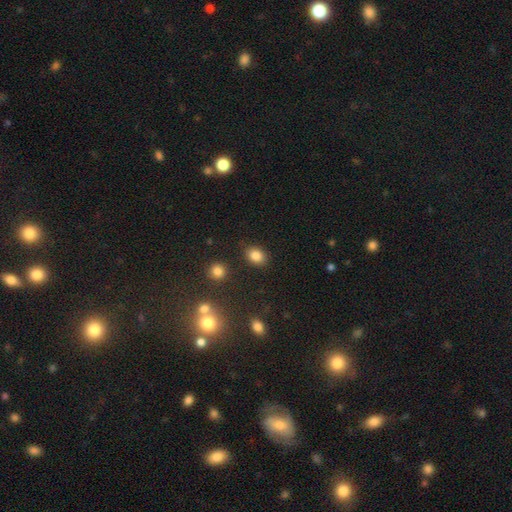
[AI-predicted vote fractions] Overall: smooth (84%). How rounded: in between (68%; round 31%). Merging: none (85%).